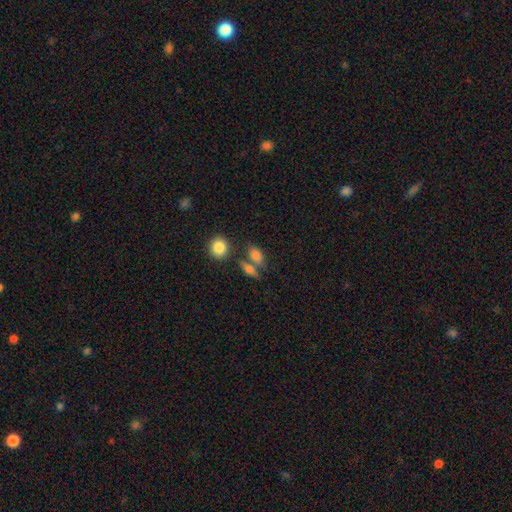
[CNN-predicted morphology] Smooth or featured? smooth (76%)
How rounded? in between (75%)
Merging? none (53%)